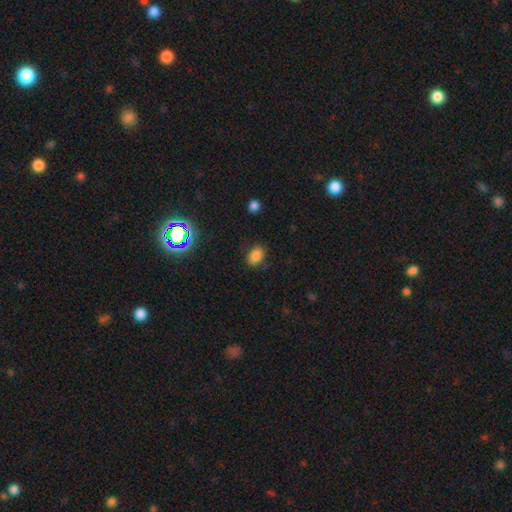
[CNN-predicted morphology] A smooth galaxy with no disk features (81%) that is in between round and cigar-shaped (71%). Merging: none (80%).